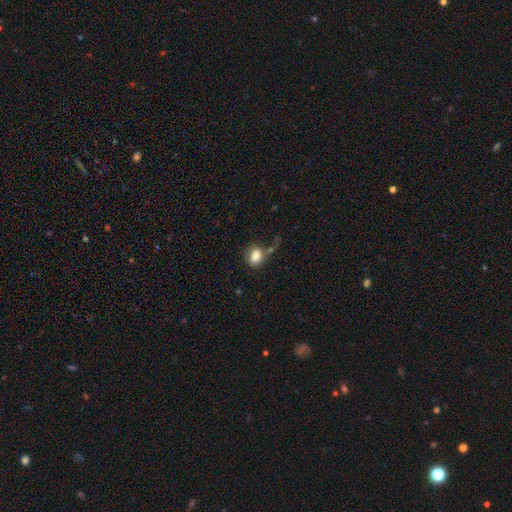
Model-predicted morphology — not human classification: A smooth galaxy with no disk features (81%) that is in between round and cigar-shaped (73%).

Vote fractions:
- Smooth or featured? smooth: 81% / featured or disk: 11% / star or artifact: 9%
- How rounded? in between: 73% / round: 25% / cigar-shaped: 2%
- Merging? none: 43% / minor disturbance: 23% / major disturbance: 21% / merger: 14%